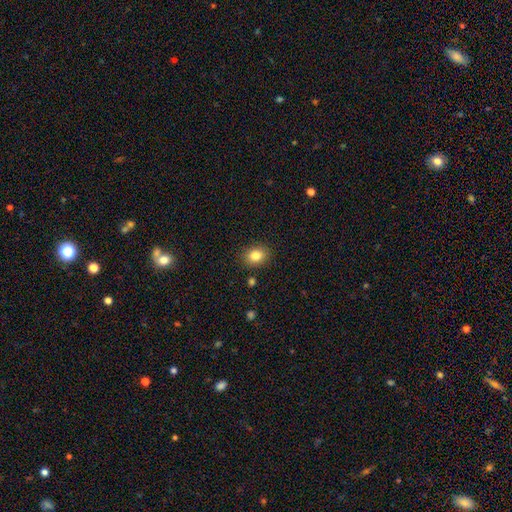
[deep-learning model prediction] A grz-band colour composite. It shows a smooth galaxy with no disk features (84%) that is in between round and cigar-shaped (52%). Merging: none (87%).